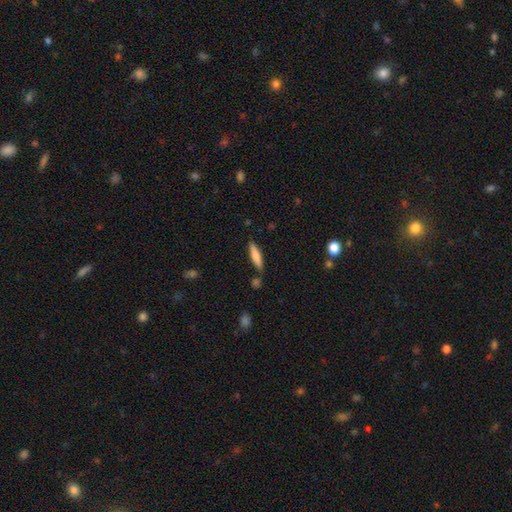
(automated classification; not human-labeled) smooth_or_featured: smooth (p=0.69) [alt: featured or disk p=0.25]
how_rounded: cigar-shaped (p=0.79) [alt: in between p=0.20]
merging: none (p=0.81) [alt: minor disturbance p=0.12]